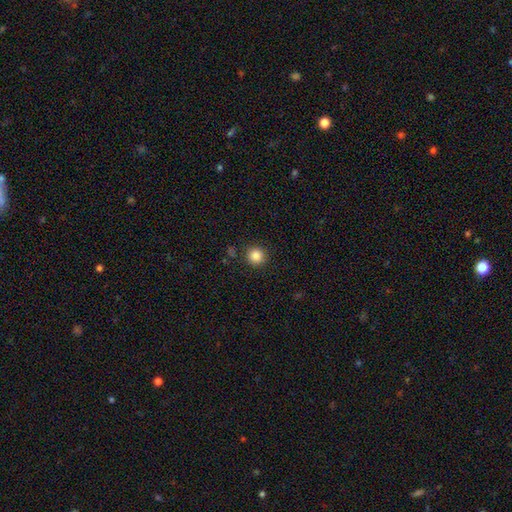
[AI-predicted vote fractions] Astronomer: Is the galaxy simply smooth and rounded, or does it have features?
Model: smooth — 85%.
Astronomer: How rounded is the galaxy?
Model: round — 94%.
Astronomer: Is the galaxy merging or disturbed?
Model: none — 89%.